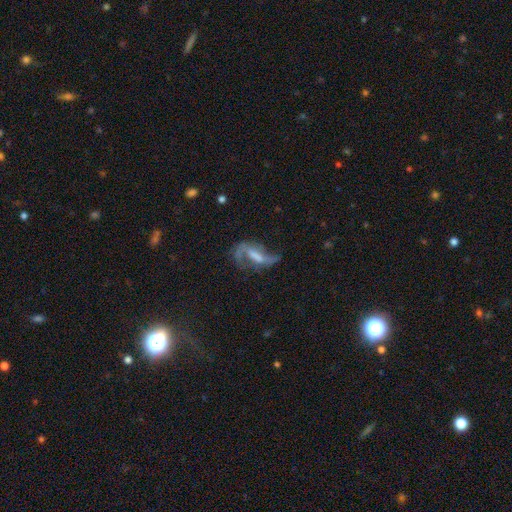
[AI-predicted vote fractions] This appears to be a featured or disk galaxy (73%) with a weak bar (41%), 2 (78%) loose (66%) spiral arms (84%) and no central bulge (33%). Merging: none (43%).